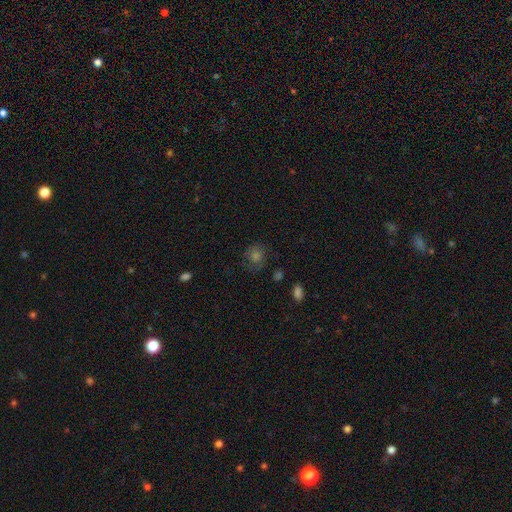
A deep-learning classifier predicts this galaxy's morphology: smooth 53%, star or artifact 25%, featured or disk 22%. Down the decision tree: how rounded — round (78%); merging — none (73%).